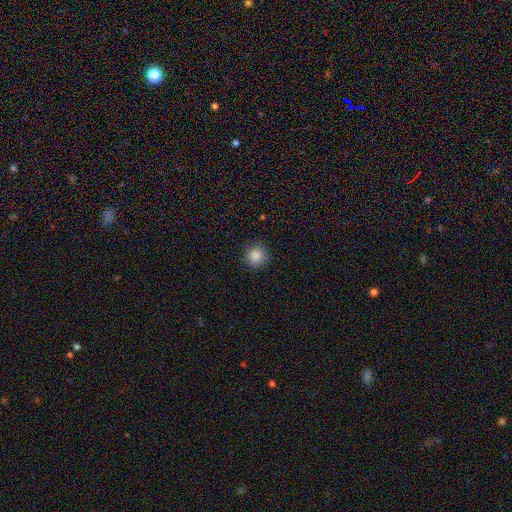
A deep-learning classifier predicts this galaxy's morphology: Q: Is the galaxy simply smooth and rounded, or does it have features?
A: smooth — 87%.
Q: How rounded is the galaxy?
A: round — 93%.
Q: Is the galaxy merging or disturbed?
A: none — 88%.